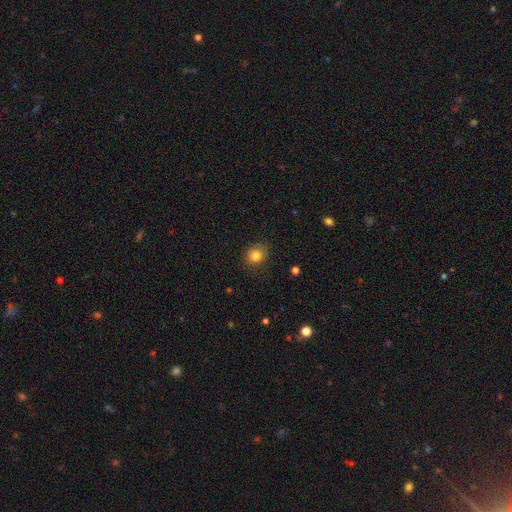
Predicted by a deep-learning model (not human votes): Smooth or featured? Predicted: smooth (p=0.83). How rounded? Predicted: round (p=0.72). Merging? Predicted: none (p=0.82).